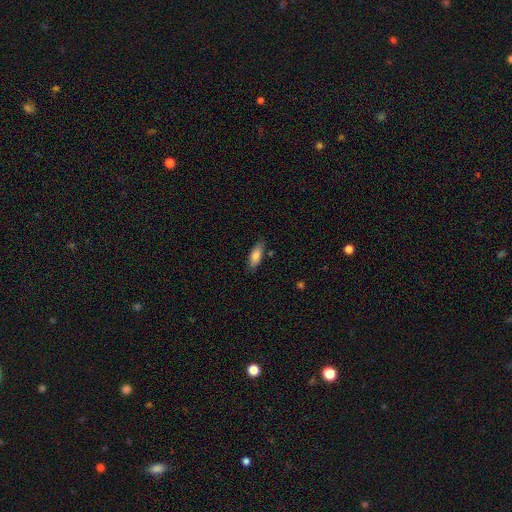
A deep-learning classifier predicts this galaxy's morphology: Smooth or featured: smooth — 79% (featured or disk — 14%)
How rounded: in between — 72% (cigar-shaped — 26%)
Merging: none — 81% (minor disturbance — 14%)